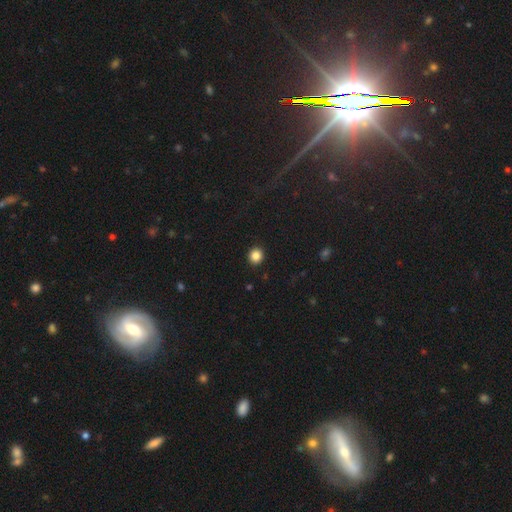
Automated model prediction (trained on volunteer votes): smooth_or_featured: smooth (p=0.86) [alt: star or artifact p=0.11]
how_rounded: round (p=0.89) [alt: in between p=0.11]
merging: none (p=0.93) [alt: minor disturbance p=0.05]